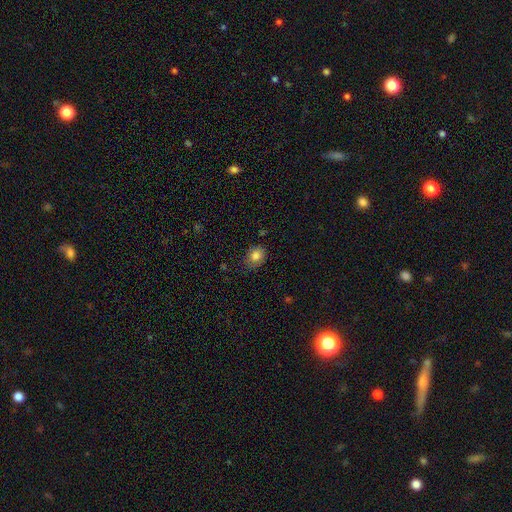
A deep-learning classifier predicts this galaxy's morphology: type=smooth (82%); roundness=round (54%); merging=none (75%).